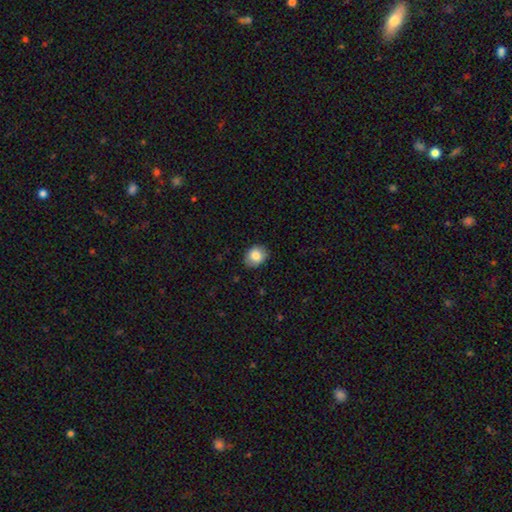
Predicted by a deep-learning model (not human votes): A smooth galaxy with no disk features (83%) that is round (52%). Merging: none (84%).